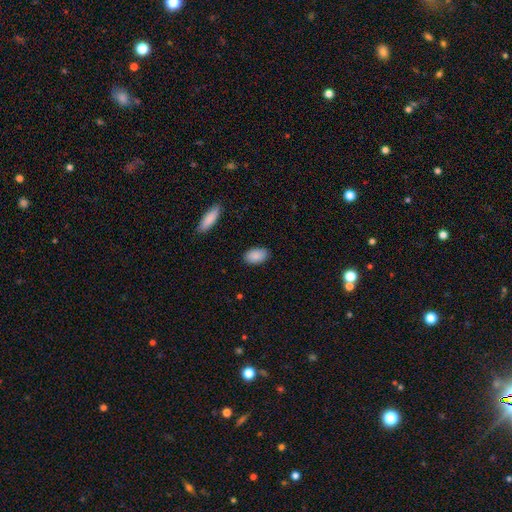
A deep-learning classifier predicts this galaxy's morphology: Smooth or featured? smooth (89%)
How rounded? in between (93%)
Merging? none (87%)